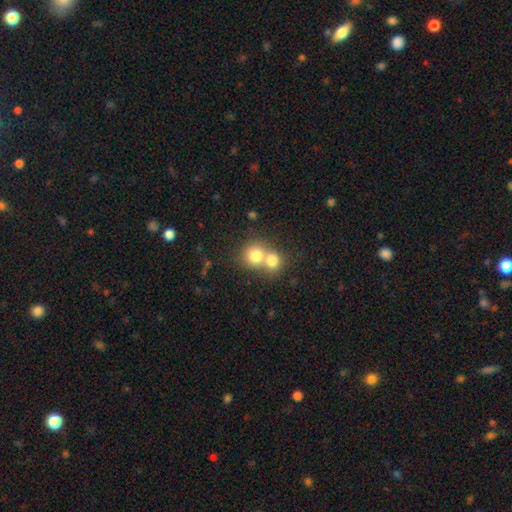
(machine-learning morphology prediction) Overall: smooth (77%). How rounded: round (80%). Merging: merger (63%; none 30%).